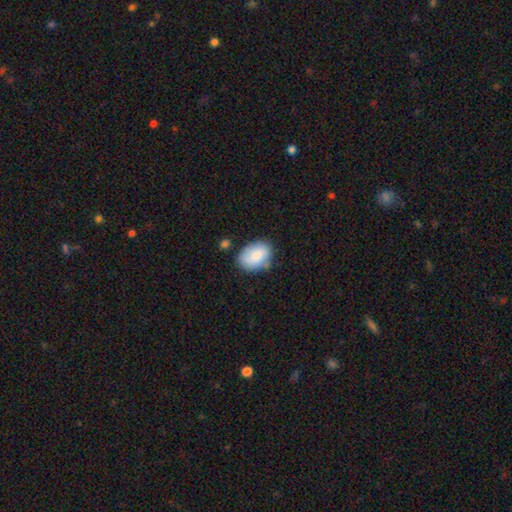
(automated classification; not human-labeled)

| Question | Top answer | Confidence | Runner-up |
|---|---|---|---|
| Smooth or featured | smooth | 83% | featured or disk (10%) |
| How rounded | in between | 79% | round (19%) |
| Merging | none | 67% | minor disturbance (23%) |